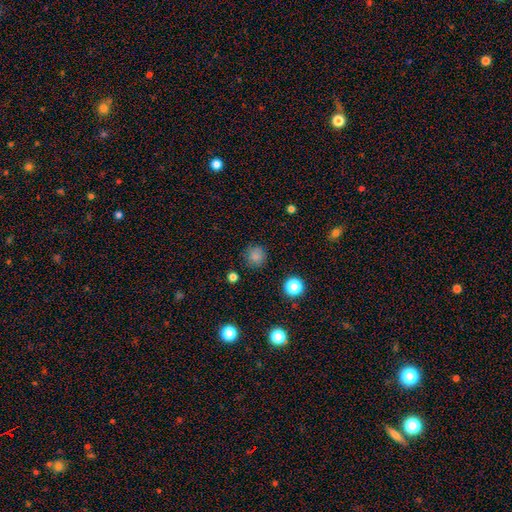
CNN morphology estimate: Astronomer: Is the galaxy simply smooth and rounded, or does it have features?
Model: smooth — 81%.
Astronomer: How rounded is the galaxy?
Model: round — 93%.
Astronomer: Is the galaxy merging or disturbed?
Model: none — 86%.